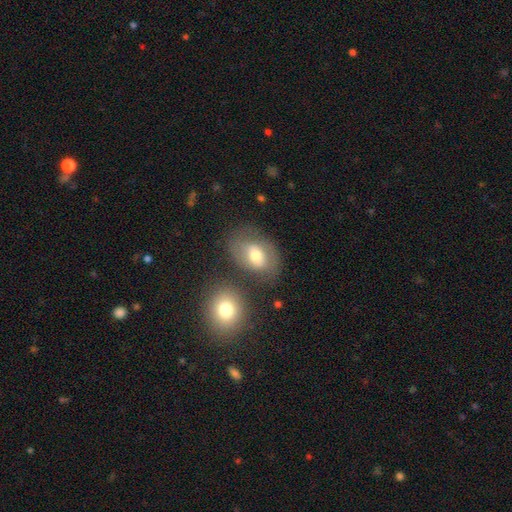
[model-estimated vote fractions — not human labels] This appears to be a smooth galaxy with no disk features (54%) that is in between round and cigar-shaped (76%). Merging: none (59%).